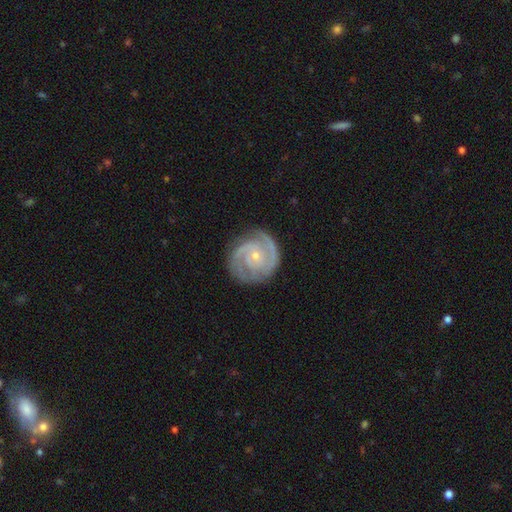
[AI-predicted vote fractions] smooth-or-featured: featured or disk: 90% | smooth: 6% | star or artifact: 4%
  disk-edge-on: no: 98% | yes: 2%
    bar: no: 70% | weak: 24% | strong: 6%
    has-spiral-arms: yes: 98% | no: 2%
      spiral-winding: tight: 64% | medium: 31% | loose: 4%
      spiral-arm-count: 2: 63% | 3: 19% | can't tell: 8% | 1: 4% | 4: 3% | more than 4: 3%
    bulge-size: small: 76% | moderate: 20% | none: 1% | large: 1% | dominant: 1%
  merging: none: 80% | minor disturbance: 14% | major disturbance: 5% | merger: 1%